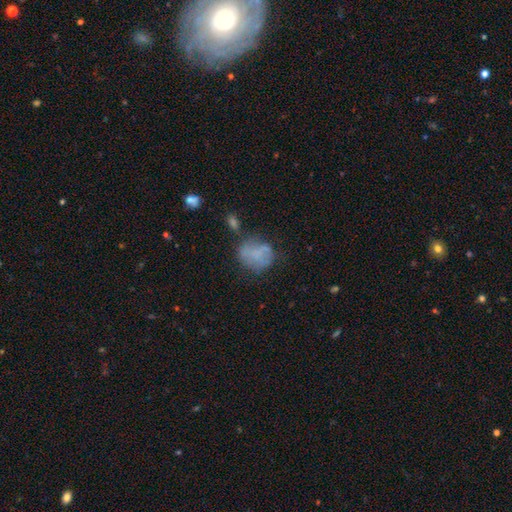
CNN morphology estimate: The model was most divided on "how rounded": round: 54%, in between: 44%, cigar-shaped: 2%. Remaining: smooth or featured — smooth (53%); merging — none (46%).